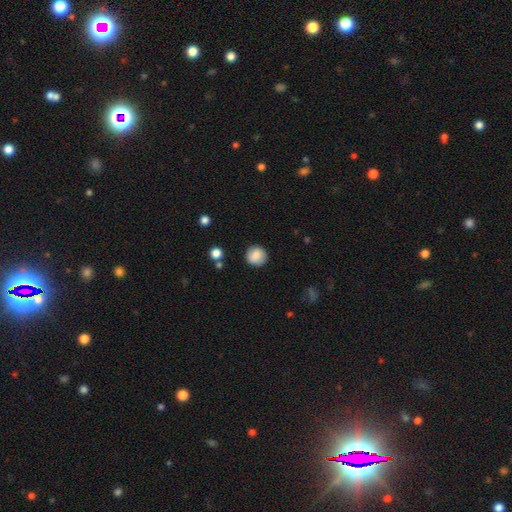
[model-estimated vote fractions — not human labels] Morphology: type=smooth (85%); roundness=round (92%); merging=none (88%).